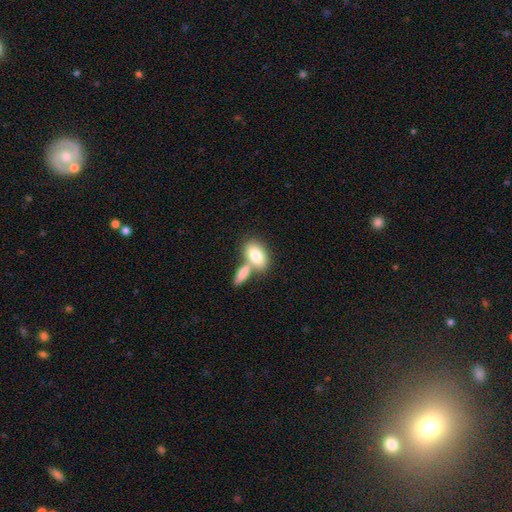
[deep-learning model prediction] smooth_or_featured: smooth (p=0.79) [alt: featured or disk p=0.15]
how_rounded: in between (p=0.90) [alt: round p=0.06]
merging: merger (p=0.51) [alt: none p=0.37]